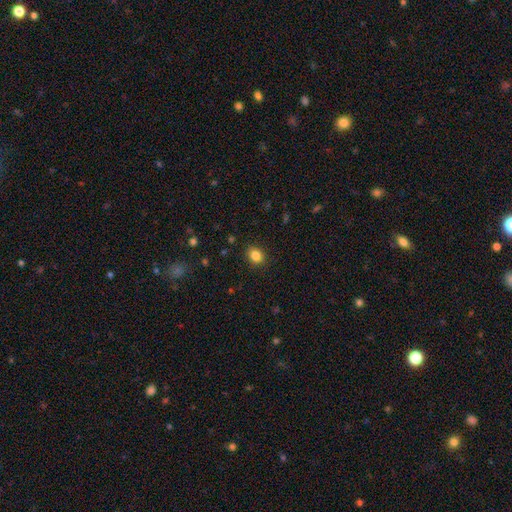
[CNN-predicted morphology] Overall: smooth (84%). How rounded: round (51%; in between 48%). Merging: none (89%).